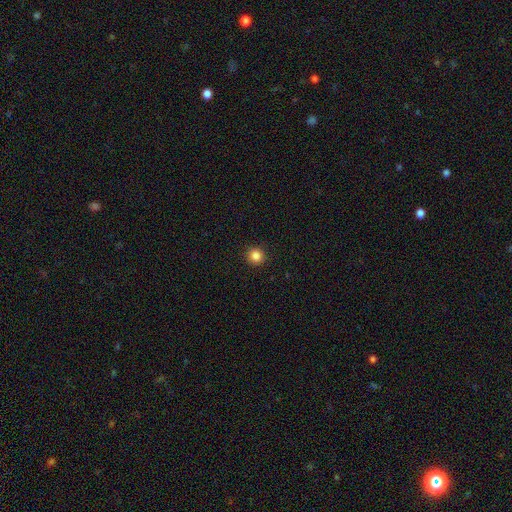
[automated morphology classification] The model was most divided on "smooth or featured": smooth: 85%, star or artifact: 11%, featured or disk: 4%. More confident: how rounded — round (94%); merging — none (93%).